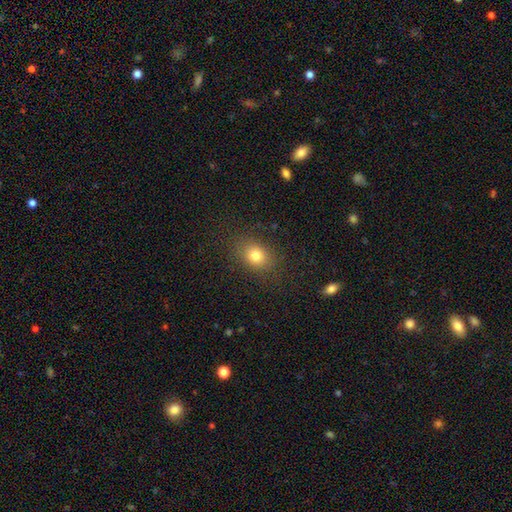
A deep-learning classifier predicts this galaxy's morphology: The model was most divided on "how rounded": in between: 53%, round: 45%, cigar-shaped: 1%. More confident: merging — none (84%); smooth or featured — smooth (79%).